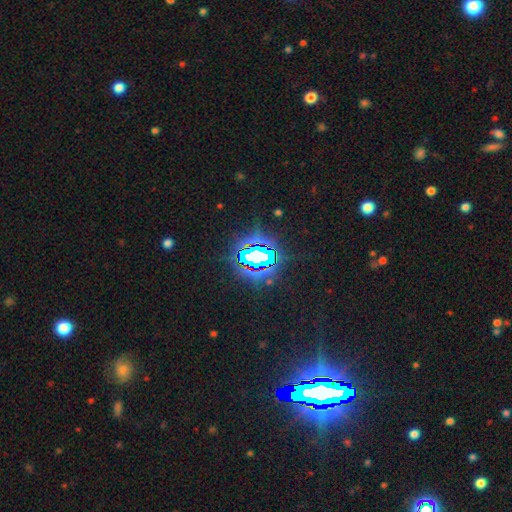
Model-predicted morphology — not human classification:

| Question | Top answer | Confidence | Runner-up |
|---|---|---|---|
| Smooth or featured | star or artifact | 76% | smooth (13%) |